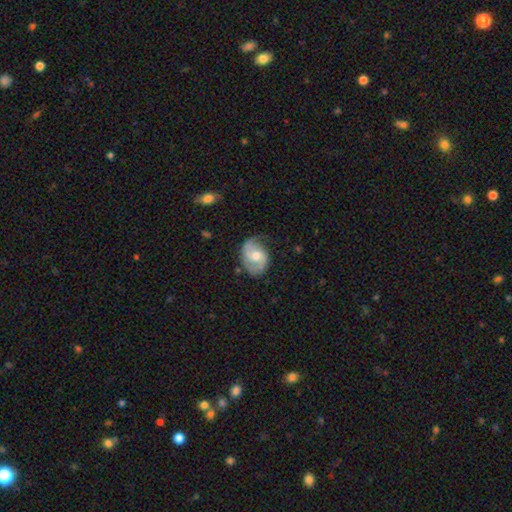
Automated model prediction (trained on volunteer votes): smooth-or-featured: featured or disk: 70% | smooth: 24% | star or artifact: 6%
  disk-edge-on: no: 97% | yes: 3%
    bar: no: 56% | weak: 38% | strong: 7%
    has-spiral-arms: yes: 89% | no: 11%
      spiral-winding: medium: 46% | tight: 27% | loose: 27%
      spiral-arm-count: 2: 78% | can't tell: 10% | 1: 7% | 3: 2% | 4: 1% | more than 4: 1%
    bulge-size: moderate: 67% | small: 21% | large: 9% | none: 2% | dominant: 1%
  merging: none: 61% | minor disturbance: 27% | major disturbance: 10% | merger: 2%